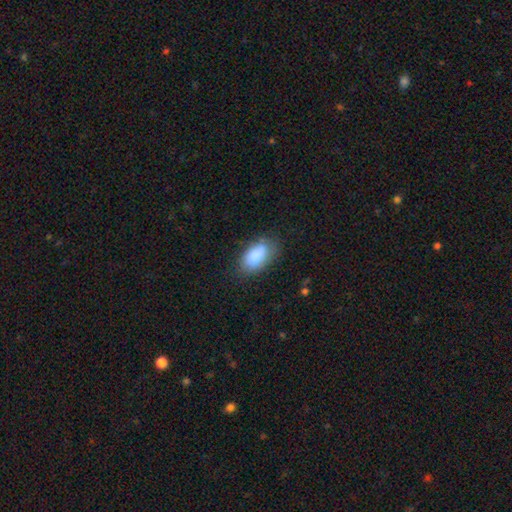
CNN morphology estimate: smooth_or_featured: smooth (p=0.85) [alt: featured or disk p=0.08]
how_rounded: in between (p=0.92) [alt: round p=0.04]
merging: none (p=0.69) [alt: minor disturbance p=0.22]